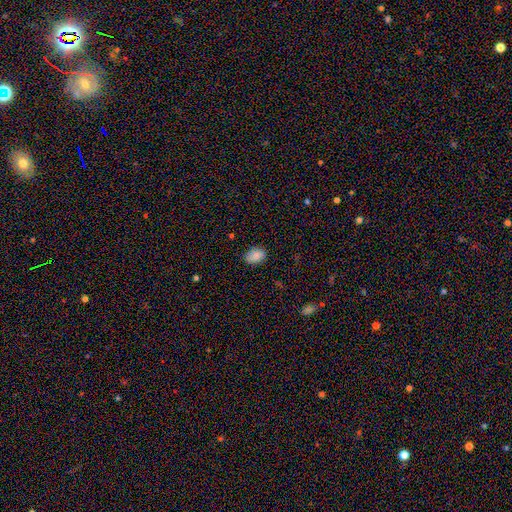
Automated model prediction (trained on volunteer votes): smooth-or-featured: smooth: 84% | star or artifact: 8% | featured or disk: 8%
  how-rounded: in between: 76% | round: 23% | cigar-shaped: 1%
  merging: none: 80% | minor disturbance: 16% | major disturbance: 3% | merger: 1%